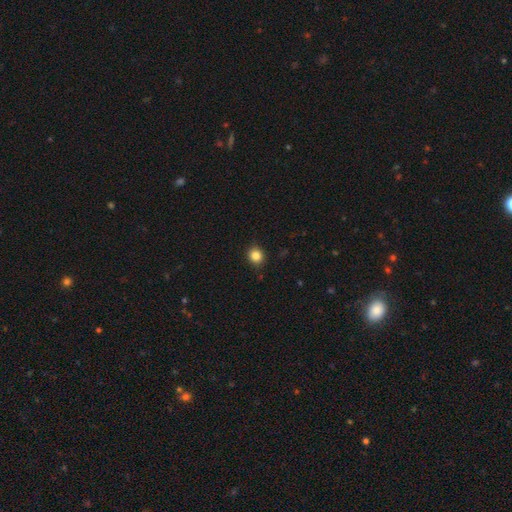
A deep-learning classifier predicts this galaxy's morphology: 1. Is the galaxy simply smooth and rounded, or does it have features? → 85% smooth, 11% star or artifact, 4% featured or disk.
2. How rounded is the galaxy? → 81% round, 18% in between, 1% cigar-shaped.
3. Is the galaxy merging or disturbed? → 88% none, 9% minor disturbance, 2% major disturbance, 1% merger.